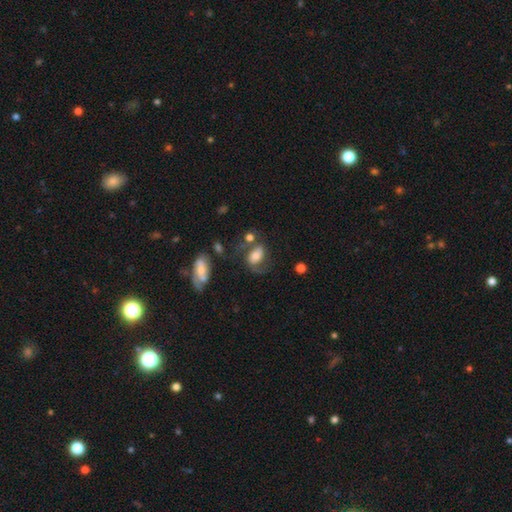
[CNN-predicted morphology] Smooth or featured? Predicted: smooth (p=0.48). Merging? Predicted: none (p=0.43).